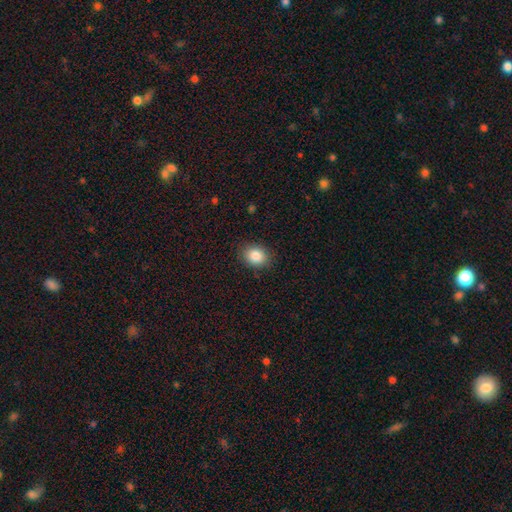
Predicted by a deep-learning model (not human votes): smooth 86%, star or artifact 9%, featured or disk 5%. Down the decision tree: how rounded — in between (52%); merging — none (87%).